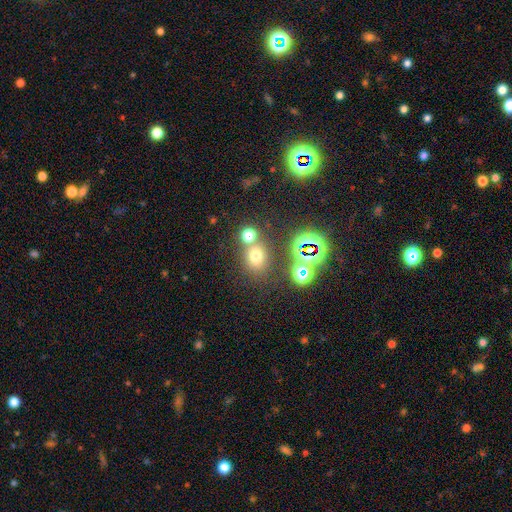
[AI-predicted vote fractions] A smooth galaxy with no disk features (64%) that is round (63%). Merging: none (62%).